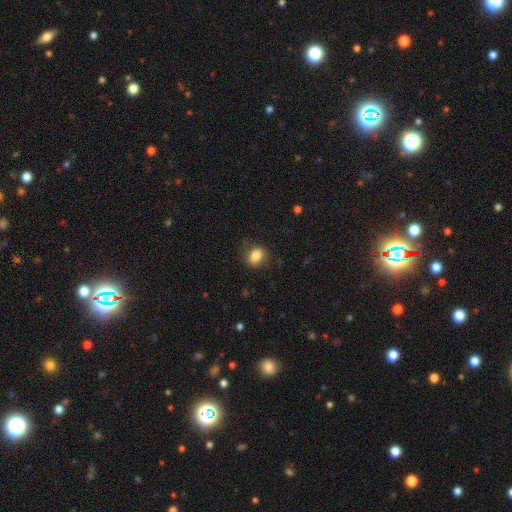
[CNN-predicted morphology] This appears to be a smooth galaxy with no disk features (84%) that is in between round and cigar-shaped (65%). Merging: none (80%).